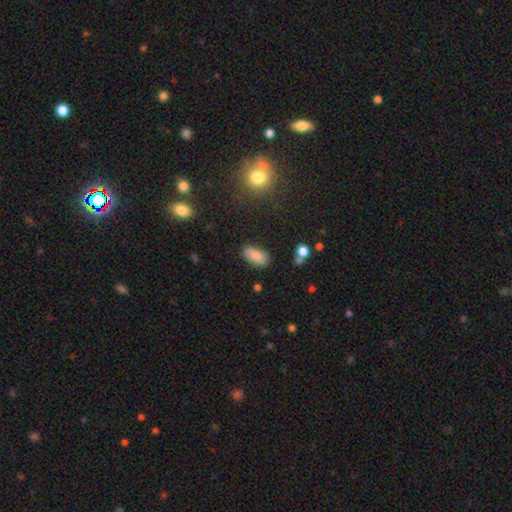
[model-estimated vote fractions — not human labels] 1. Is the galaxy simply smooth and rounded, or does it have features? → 85% smooth, 8% star or artifact, 6% featured or disk.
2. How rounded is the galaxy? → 91% in between, 6% cigar-shaped, 3% round.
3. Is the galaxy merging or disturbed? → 82% none, 13% minor disturbance, 3% major disturbance, 2% merger.